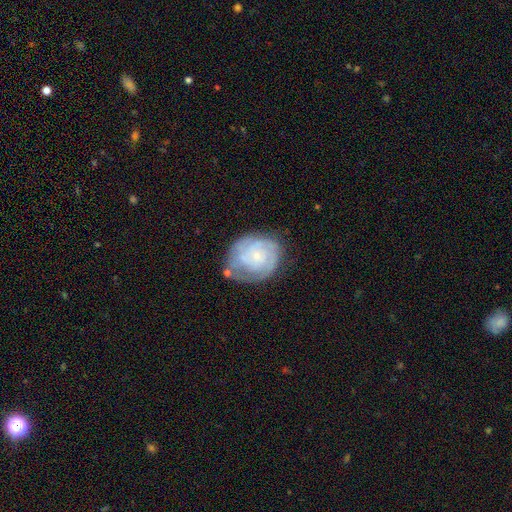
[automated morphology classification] smooth-or-featured: featured or disk: 76% | smooth: 18% | star or artifact: 6%
  disk-edge-on: no: 98% | yes: 2%
    bar: no: 77% | weak: 20% | strong: 3%
    has-spiral-arms: yes: 92% | no: 8%
      spiral-winding: tight: 68% | medium: 25% | loose: 6%
      spiral-arm-count: can't tell: 33% | 3: 25% | 2: 24% | 4: 8% | 1: 6% | more than 4: 5%
    bulge-size: small: 78% | moderate: 15% | none: 5% | large: 1% | dominant: 1%
  merging: none: 62% | minor disturbance: 23% | major disturbance: 10% | merger: 4%